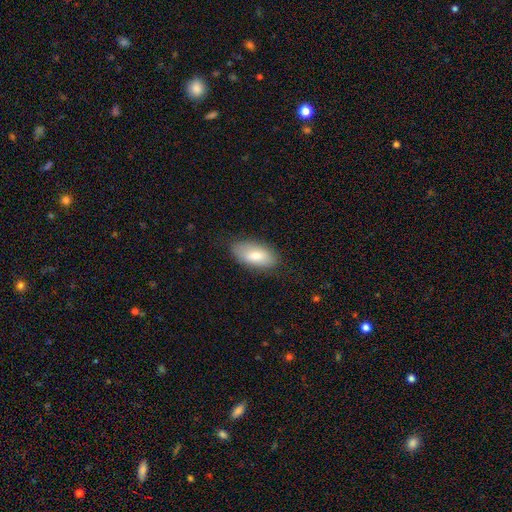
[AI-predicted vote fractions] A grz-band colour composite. It shows a smooth galaxy with no disk features (78%) that is in between round and cigar-shaped (91%). Merging: none (79%).